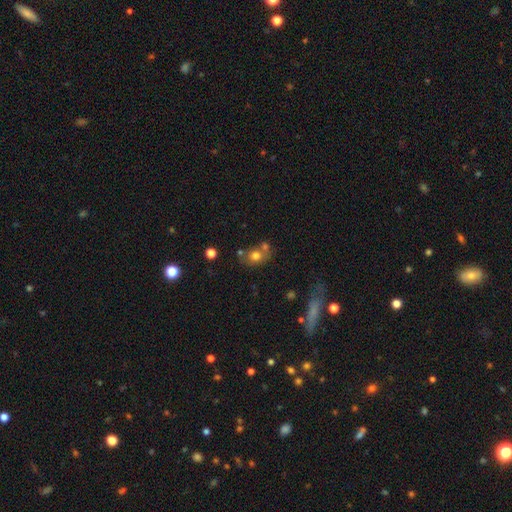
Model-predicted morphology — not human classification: Q: Smooth or featured?
A: smooth (72%); runner-up: featured or disk (15%)
Q: How rounded?
A: round (58%); runner-up: in between (41%)
Q: Merging?
A: none (50%); runner-up: merger (30%)